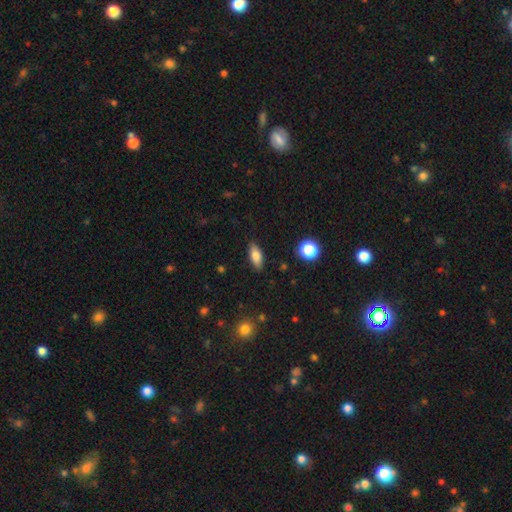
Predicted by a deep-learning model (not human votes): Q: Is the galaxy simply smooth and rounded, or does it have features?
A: smooth — 77%.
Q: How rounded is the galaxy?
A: in between — 78%.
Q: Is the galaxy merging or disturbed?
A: none — 86%.